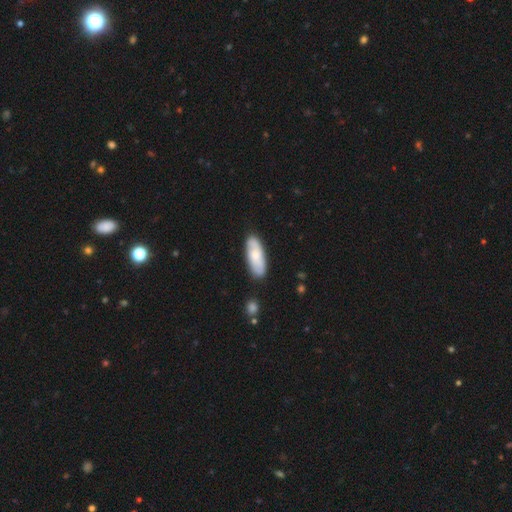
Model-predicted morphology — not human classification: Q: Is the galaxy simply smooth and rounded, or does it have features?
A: smooth — 63%.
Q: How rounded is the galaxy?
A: in between — 68%.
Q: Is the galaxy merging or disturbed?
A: none — 82%.